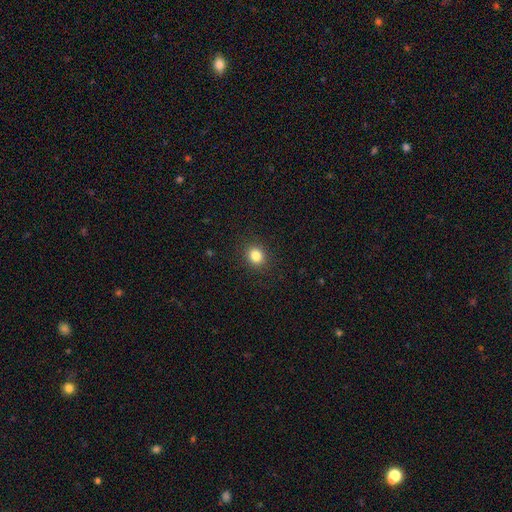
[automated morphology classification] smooth-or-featured: smooth: 83% | star or artifact: 12% | featured or disk: 5%
  how-rounded: round: 71% | in between: 28% | cigar-shaped: 1%
  merging: none: 90% | minor disturbance: 7% | major disturbance: 2% | merger: 1%